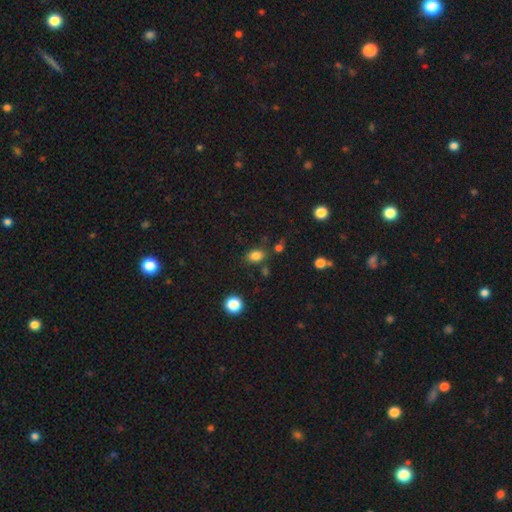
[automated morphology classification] smooth_or_featured: smooth (p=0.83) [alt: star or artifact p=0.12]
how_rounded: in between (p=0.73) [alt: round p=0.26]
merging: none (p=0.77) [alt: minor disturbance p=0.13]